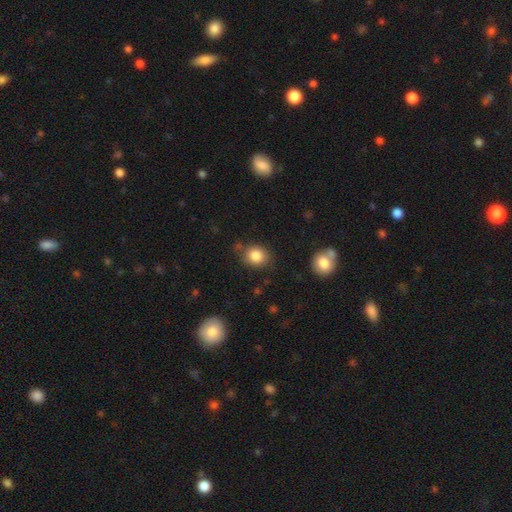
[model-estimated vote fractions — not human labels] Q: Smooth or featured?
A: smooth (85%); runner-up: star or artifact (9%)
Q: How rounded?
A: round (72%); runner-up: in between (27%)
Q: Merging?
A: none (78%); runner-up: minor disturbance (14%)